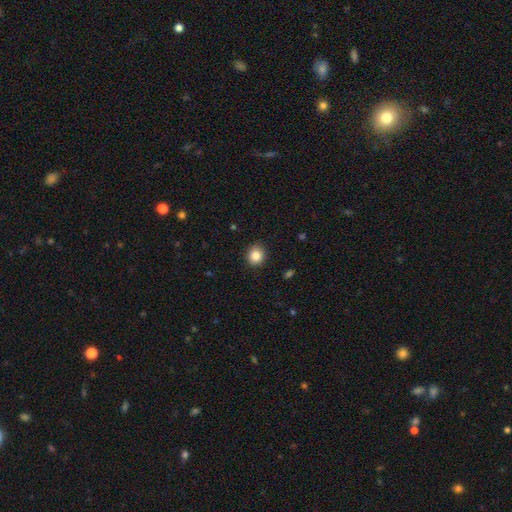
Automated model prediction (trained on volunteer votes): Smooth or featured? smooth (86%)
How rounded? round (75%)
Merging? none (87%)